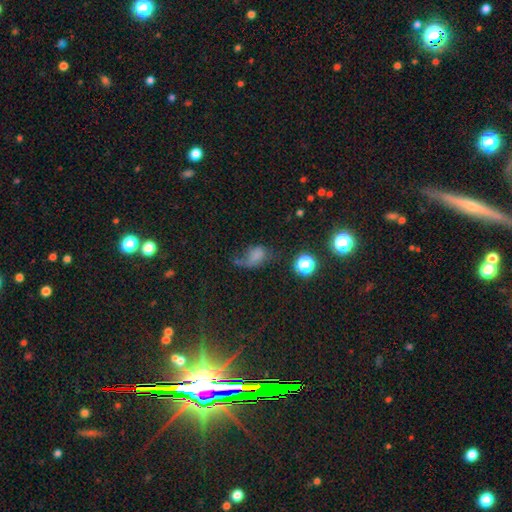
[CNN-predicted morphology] type=smooth (58%); roundness=in between (75%); merging=major disturbance (42%).